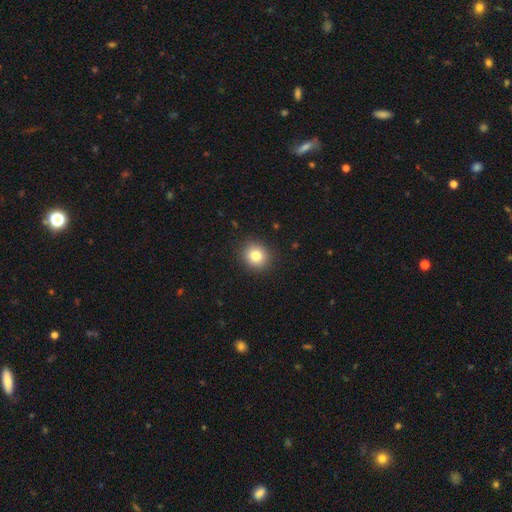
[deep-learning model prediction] Overall: smooth (81%). How rounded: round (85%). Merging: none (91%).